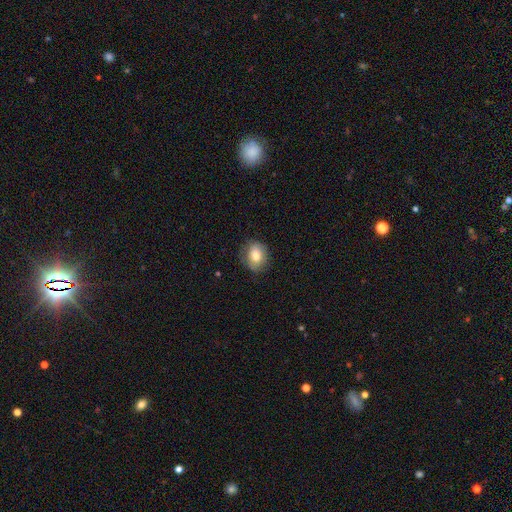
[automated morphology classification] Smooth or featured? smooth (76%)
How rounded? round (56%)
Merging? none (79%)